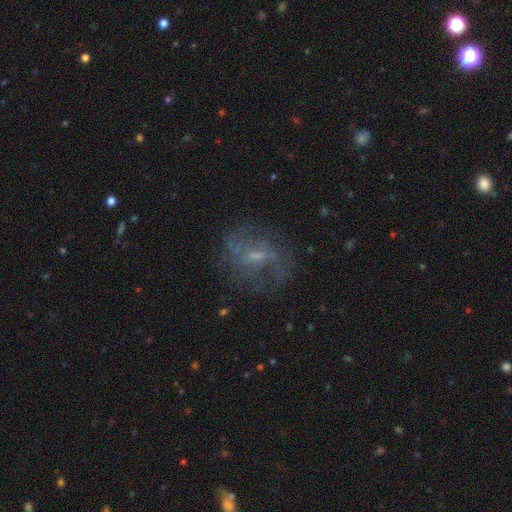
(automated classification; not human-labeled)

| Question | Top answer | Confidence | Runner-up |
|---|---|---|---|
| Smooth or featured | featured or disk | 70% | smooth (18%) |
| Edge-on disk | no | 96% | yes (4%) |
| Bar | weak | 56% | no (31%) |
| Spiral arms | yes | 80% | no (20%) |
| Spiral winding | loose | 49% | medium (38%) |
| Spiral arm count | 2 | 60% | can't tell (23%) |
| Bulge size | small | 55% | moderate (28%) |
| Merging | none | 65% | minor disturbance (17%) |